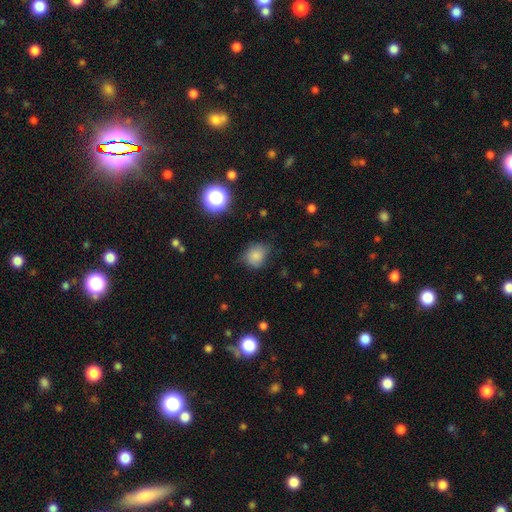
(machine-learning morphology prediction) Smooth or featured? Predicted: smooth (p=0.80). How rounded? Predicted: round (p=0.62). Merging? Predicted: none (p=0.63).